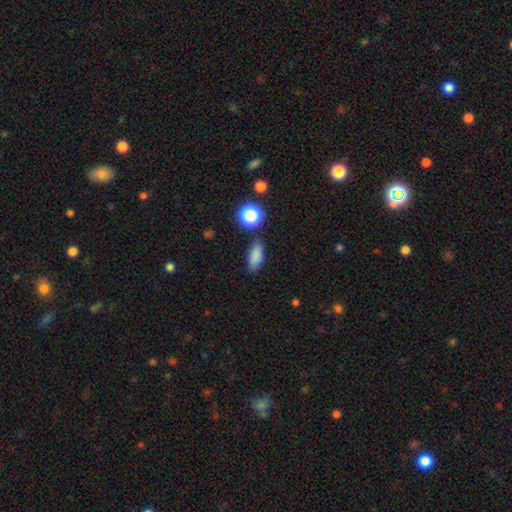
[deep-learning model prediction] This is clearly a smooth galaxy (83%). How rounded: likely in between (75%). Merging: clearly none (81%).